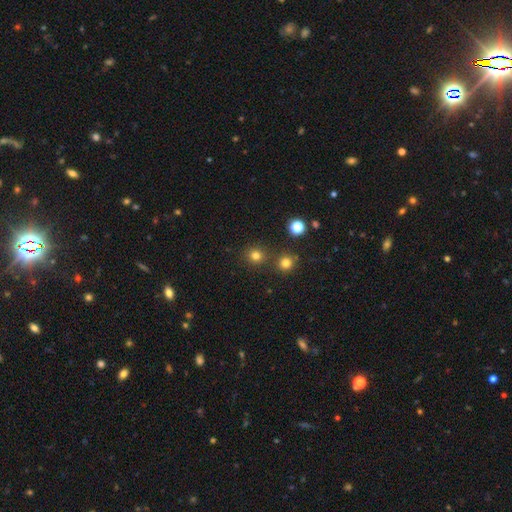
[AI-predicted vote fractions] Overall: smooth (77%). How rounded: round (91%). Merging: none (81%).